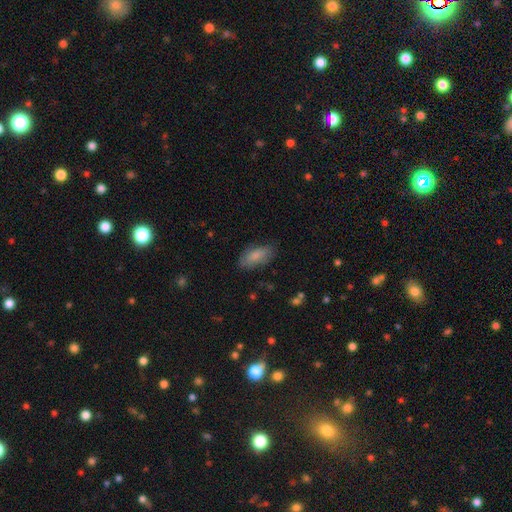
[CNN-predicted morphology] type=smooth (79%); roundness=in between (90%); merging=none (76%).